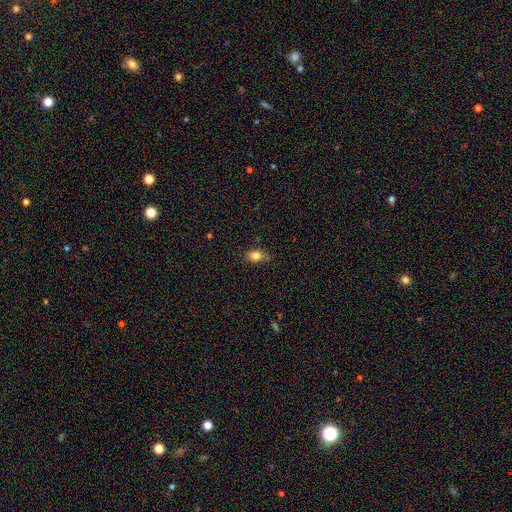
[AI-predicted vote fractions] Smooth or featured? Predicted: smooth (p=0.82). How rounded? Predicted: in between (p=0.75). Merging? Predicted: none (p=0.76).